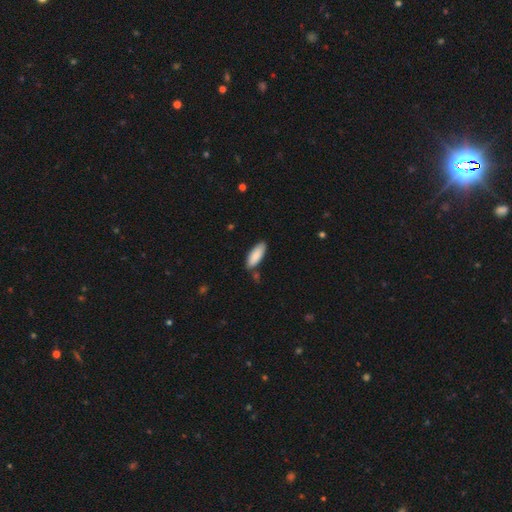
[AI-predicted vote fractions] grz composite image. It shows a smooth galaxy with no disk features (88%) that is in between round and cigar-shaped (72%). Merging: none (81%).